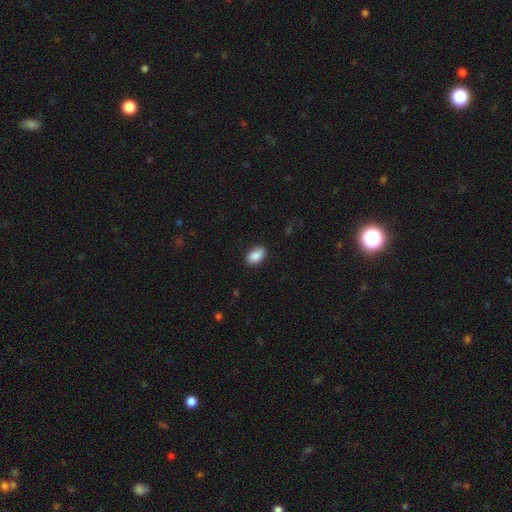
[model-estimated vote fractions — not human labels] smooth_or_featured: smooth (p=0.89) [alt: star or artifact p=0.07]
how_rounded: in between (p=0.93) [alt: round p=0.05]
merging: none (p=0.89) [alt: minor disturbance p=0.08]